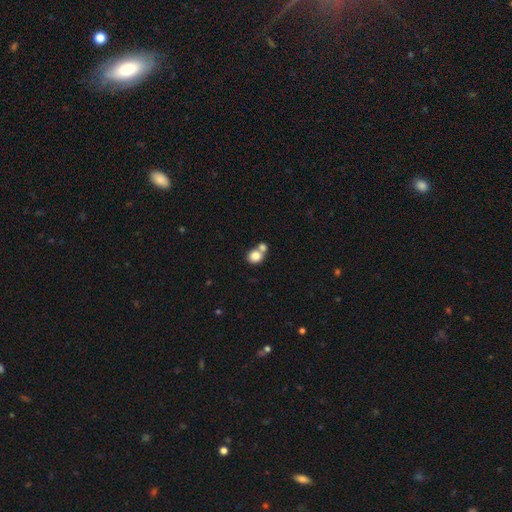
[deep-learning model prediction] Q: Smooth or featured?
A: smooth (82%); runner-up: featured or disk (9%)
Q: How rounded?
A: round (77%); runner-up: in between (22%)
Q: Merging?
A: merger (48%); runner-up: none (42%)